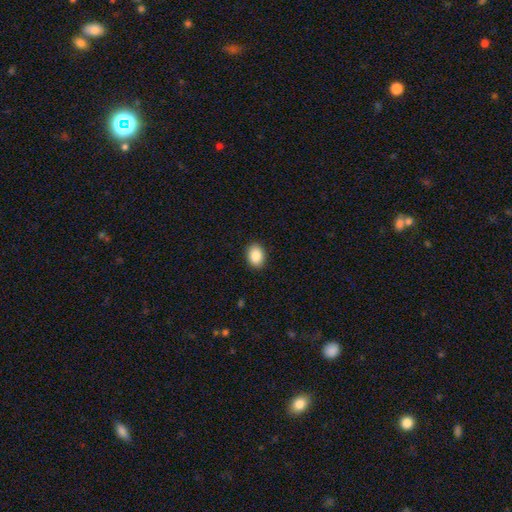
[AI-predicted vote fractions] The model was most divided on "how rounded": in between: 70%, round: 29%, cigar-shaped: 1%. More confident: merging — none (91%); smooth or featured — smooth (87%).